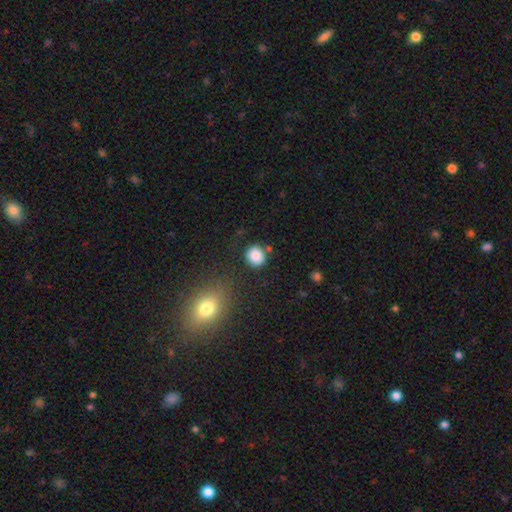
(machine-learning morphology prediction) The model was most divided on "how rounded": round: 80%, in between: 19%, cigar-shaped: 1%. More confident: smooth or featured — smooth (87%); merging — none (81%).